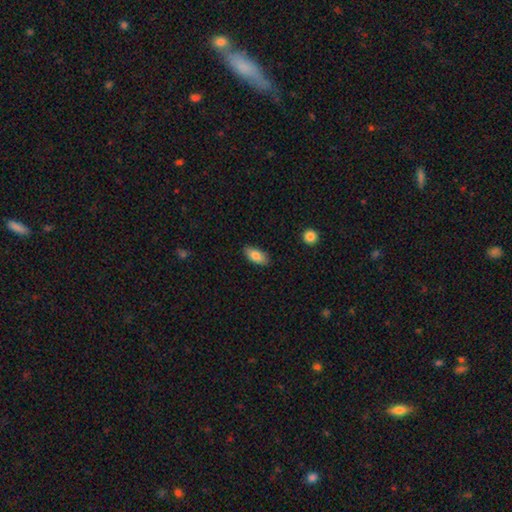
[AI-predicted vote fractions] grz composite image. It shows a smooth galaxy with no disk features (81%) that is in between round and cigar-shaped (89%). Merging: none (86%).